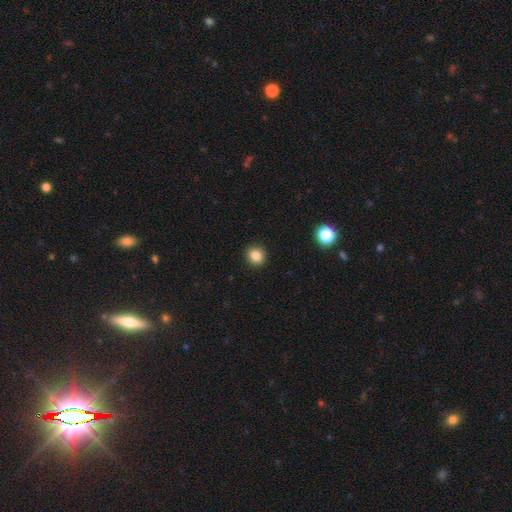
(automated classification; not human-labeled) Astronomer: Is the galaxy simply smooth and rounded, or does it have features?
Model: smooth — 84%.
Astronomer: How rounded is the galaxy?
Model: round — 85%.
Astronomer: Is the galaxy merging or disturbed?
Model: none — 92%.